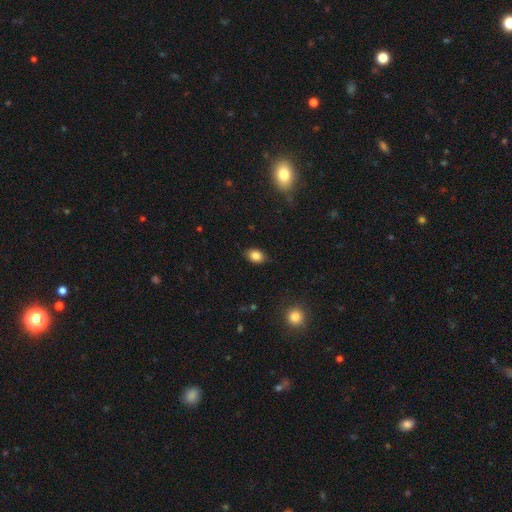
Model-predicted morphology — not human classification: A smooth galaxy with no disk features (84%) that is in between round and cigar-shaped (74%). Merging: none (82%).